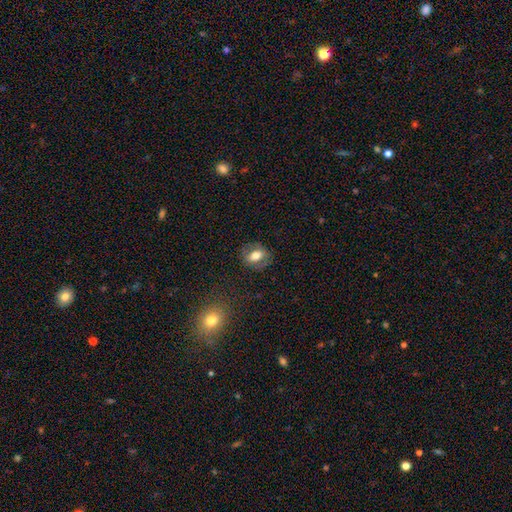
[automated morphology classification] The model was most divided on "smooth or featured": smooth: 60%, featured or disk: 31%, star or artifact: 9%. More confident: merging — none (76%); how rounded — in between (67%).